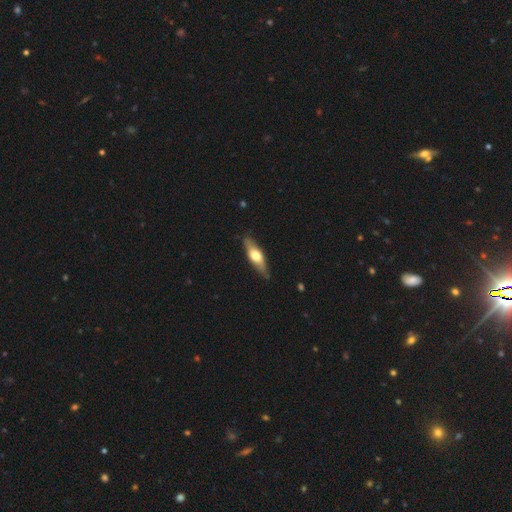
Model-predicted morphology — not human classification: Smooth or featured?
  - smooth: 50% *
  - featured or disk: 45%
  - star or artifact: 5%
How rounded?
  - cigar-shaped: 52% *
  - in between: 46%
  - round: 2%
Merging?
  - none: 83% *
  - minor disturbance: 13%
  - major disturbance: 2%
  - merger: 1%